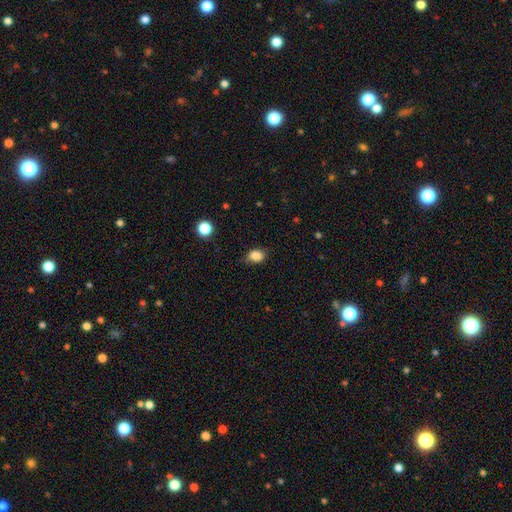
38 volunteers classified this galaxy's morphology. Smooth or featured? 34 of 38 (89%) said smooth. How rounded? 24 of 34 (71%) said in between. Merging? 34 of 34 (100%) said none.